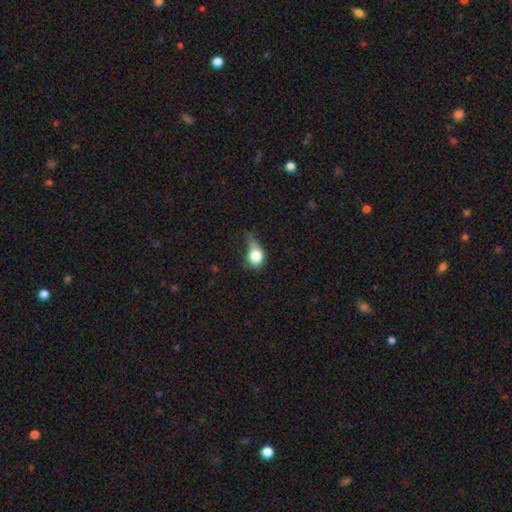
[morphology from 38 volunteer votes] Q: Smooth or featured?
A: smooth (79%); runner-up: featured or disk (13%)
Q: How rounded?
A: round (50%); runner-up: in between (47%)
Q: Merging?
A: minor disturbance (46%); runner-up: major disturbance (29%)